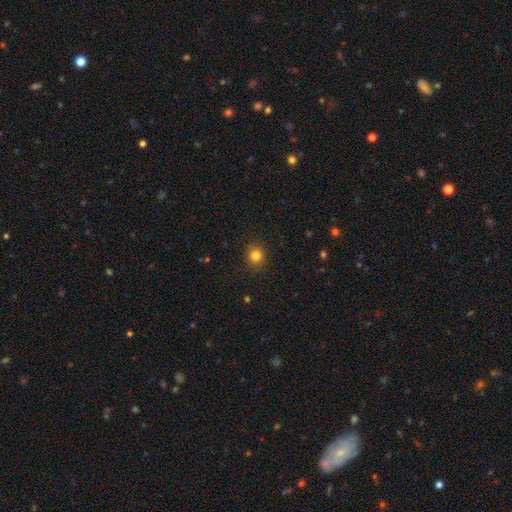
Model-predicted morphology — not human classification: smooth-or-featured: smooth: 82% | star or artifact: 12% | featured or disk: 5%
  how-rounded: round: 84% | in between: 15% | cigar-shaped: 1%
  merging: none: 88% | minor disturbance: 8% | major disturbance: 2% | merger: 1%